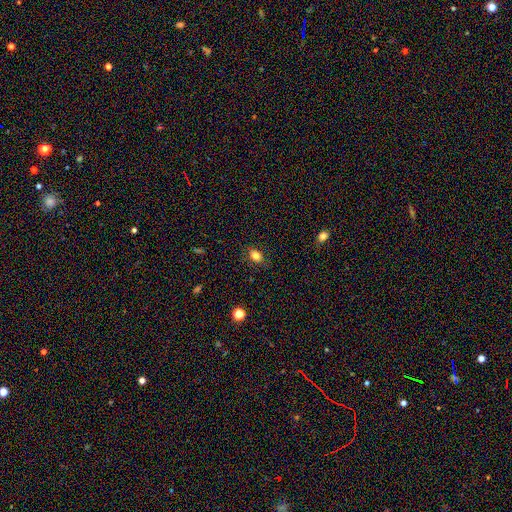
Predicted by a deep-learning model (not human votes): The model was most divided on "how rounded": in between: 77%, round: 21%, cigar-shaped: 2%. More confident: merging — none (84%); smooth or featured — smooth (81%).